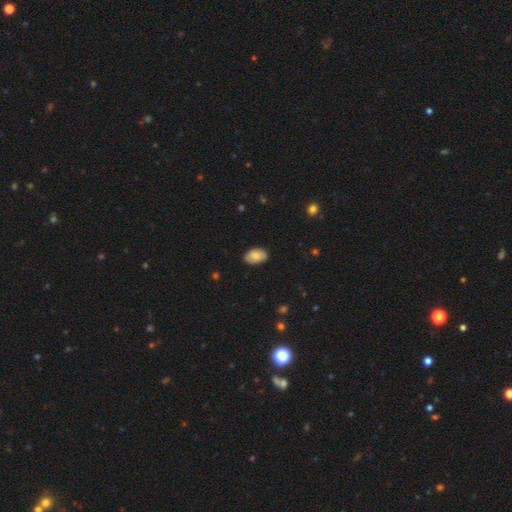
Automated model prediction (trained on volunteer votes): smooth 83%, featured or disk 10%, star or artifact 7%. Down the decision tree: how rounded — in between (91%); merging — none (84%).